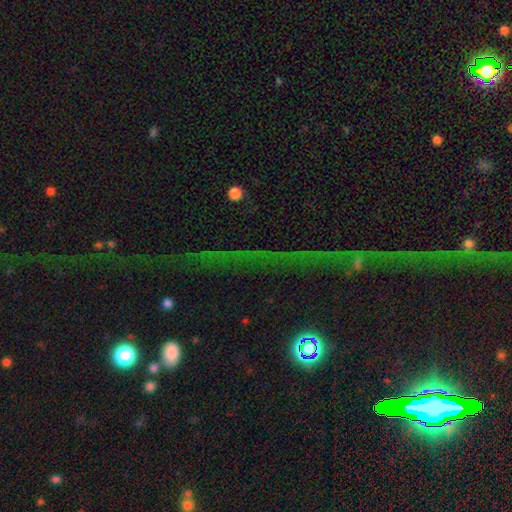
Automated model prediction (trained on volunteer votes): Smooth or featured: star or artifact — 69% (featured or disk — 17%)